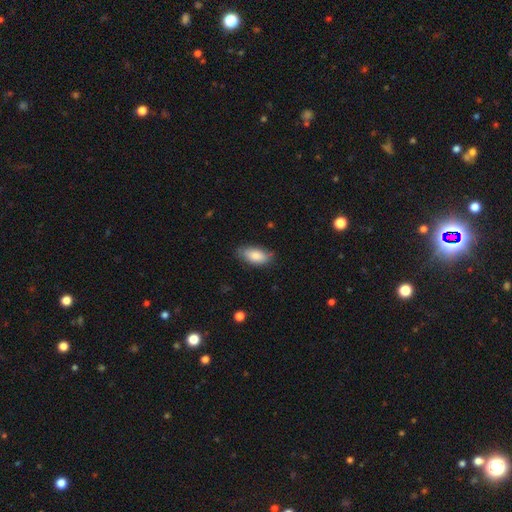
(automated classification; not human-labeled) Smooth or featured: smooth — 85% (featured or disk — 9%)
How rounded: in between — 90% (cigar-shaped — 8%)
Merging: none — 76% (minor disturbance — 19%)